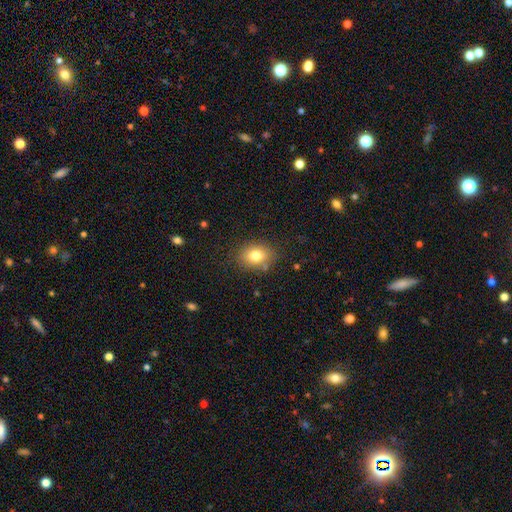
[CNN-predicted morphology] Smooth or featured?
  - smooth: 80% *
  - featured or disk: 10%
  - star or artifact: 10%
How rounded?
  - in between: 64% *
  - round: 35%
  - cigar-shaped: 1%
Merging?
  - none: 81% *
  - minor disturbance: 13%
  - major disturbance: 4%
  - merger: 2%